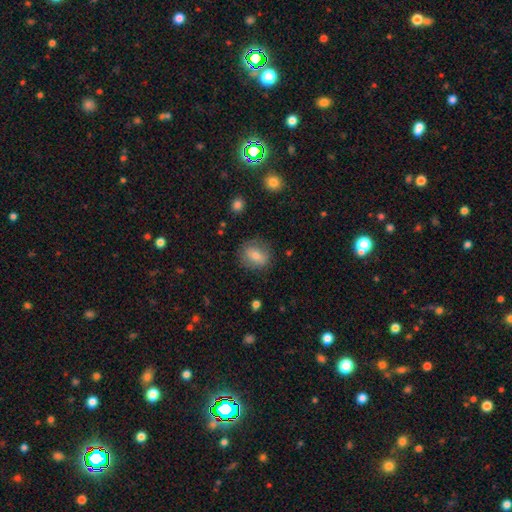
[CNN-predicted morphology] A smooth galaxy with no disk features (67%) that is round (65%).

Vote fractions:
- Smooth or featured? smooth: 67% / featured or disk: 23% / star or artifact: 11%
- How rounded? round: 65% / in between: 33% / cigar-shaped: 2%
- Merging? none: 81% / minor disturbance: 13% / major disturbance: 4% / merger: 1%